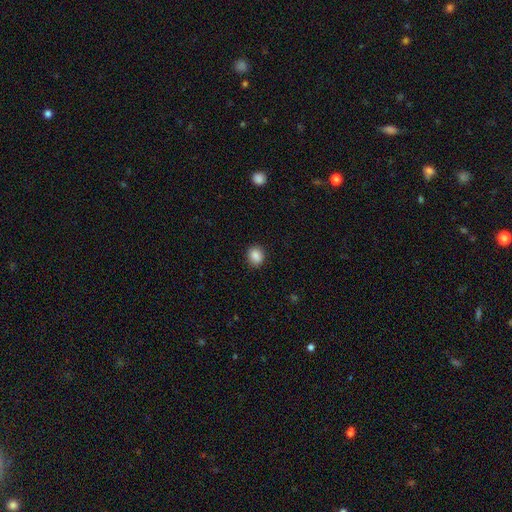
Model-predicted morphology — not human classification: Smooth or featured?
  - smooth: 88% *
  - star or artifact: 9%
  - featured or disk: 3%
How rounded?
  - round: 66% *
  - in between: 33%
  - cigar-shaped: 1%
Merging?
  - none: 89% *
  - minor disturbance: 8%
  - major disturbance: 2%
  - merger: 1%